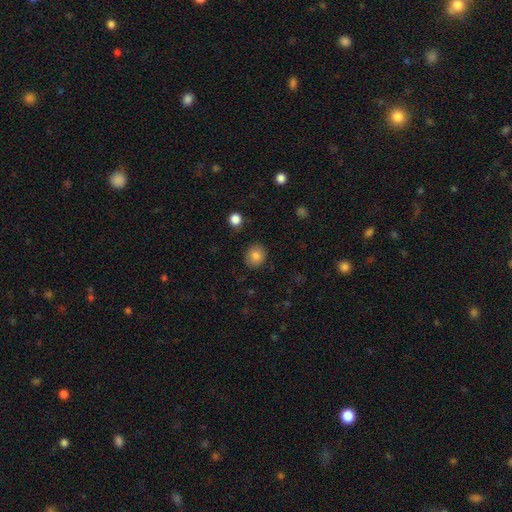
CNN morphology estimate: Overall: smooth (83%). How rounded: round (73%). Merging: none (87%).